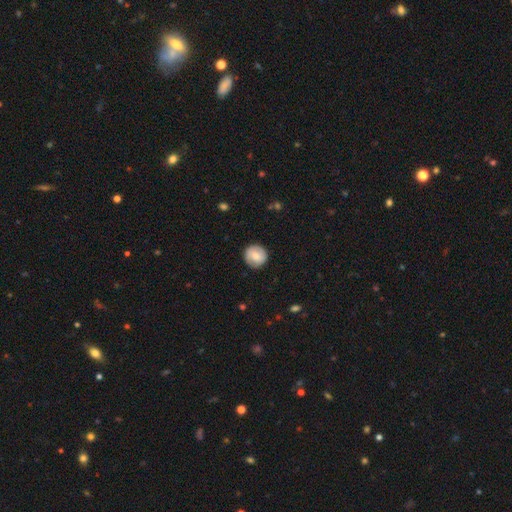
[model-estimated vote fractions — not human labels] A smooth galaxy with no disk features (66%) that is round (91%).

Vote fractions:
- Smooth or featured? smooth: 66% / featured or disk: 27% / star or artifact: 7%
- How rounded? round: 91% / in between: 8% / cigar-shaped: 1%
- Merging? none: 86% / minor disturbance: 10% / major disturbance: 3% / merger: 1%